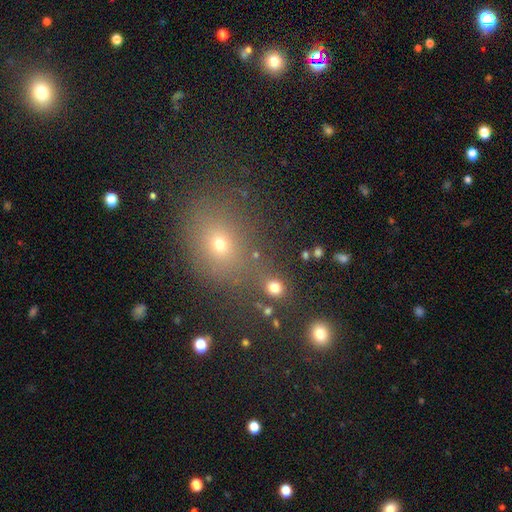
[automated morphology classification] The model was most divided on "how rounded": round: 62%, in between: 36%, cigar-shaped: 2%. More confident: merging — none (69%); smooth or featured — smooth (63%).